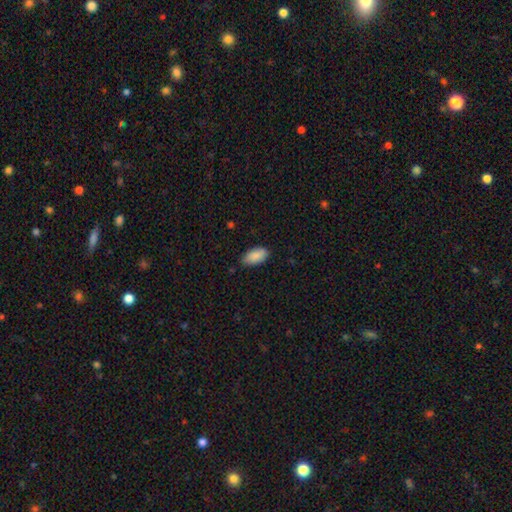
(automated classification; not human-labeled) Smooth or featured? smooth (90%)
How rounded? in between (94%)
Merging? none (81%)